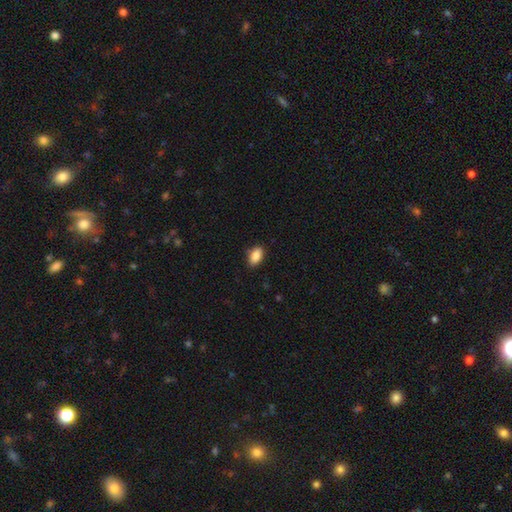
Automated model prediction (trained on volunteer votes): smooth 87%, star or artifact 8%, featured or disk 5%. Down the decision tree: how rounded — in between (92%); merging — none (85%).